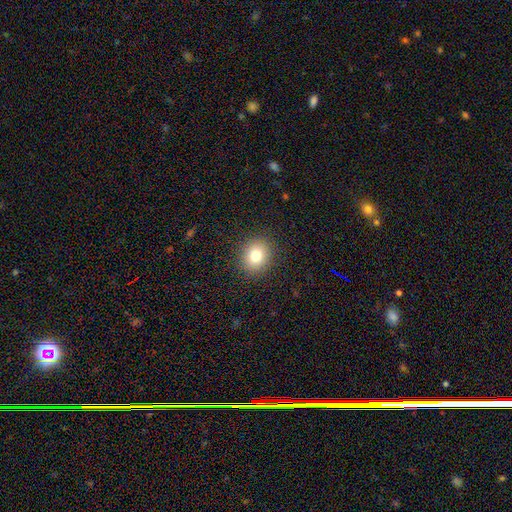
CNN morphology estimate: type=smooth (79%); roundness=round (68%); merging=none (90%).